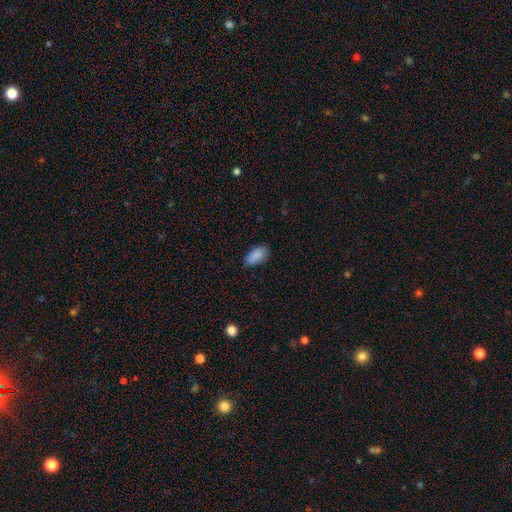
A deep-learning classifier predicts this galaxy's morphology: Q: Smooth or featured?
A: smooth (88%); runner-up: star or artifact (7%)
Q: How rounded?
A: in between (93%); runner-up: cigar-shaped (4%)
Q: Merging?
A: none (75%); runner-up: minor disturbance (20%)